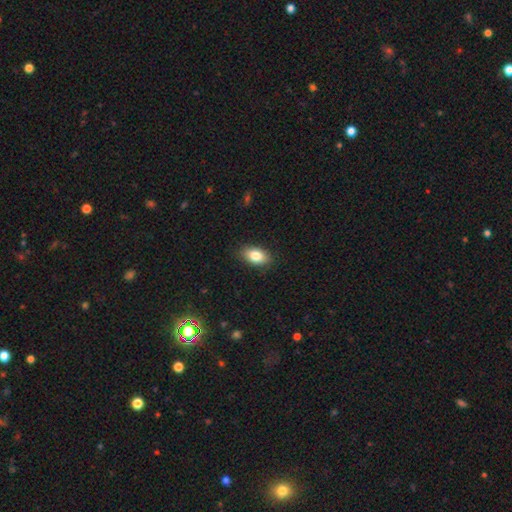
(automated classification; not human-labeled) smooth-or-featured: smooth: 84% | featured or disk: 8% | star or artifact: 8%
  how-rounded: in between: 90% | round: 7% | cigar-shaped: 2%
  merging: none: 87% | minor disturbance: 10% | major disturbance: 2% | merger: 1%